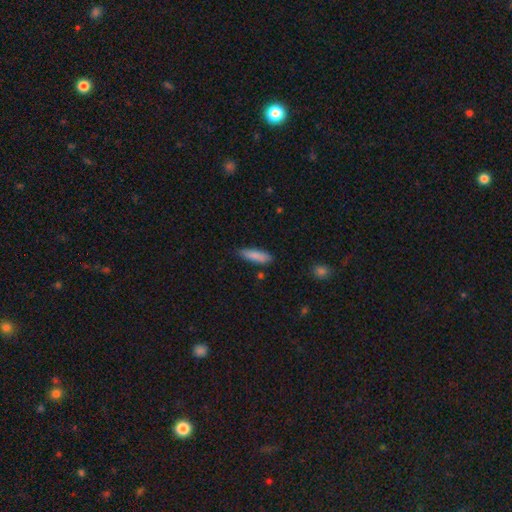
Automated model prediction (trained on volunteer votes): Overall: smooth (86%). How rounded: cigar-shaped (55%; in between 43%). Merging: none (80%).